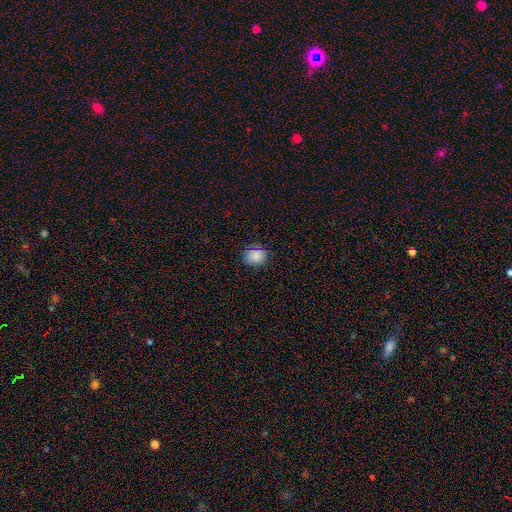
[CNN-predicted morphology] The model was most divided on "how rounded": round: 71%, in between: 27%, cigar-shaped: 1%. More confident: merging — none (84%); smooth or featured — smooth (80%).